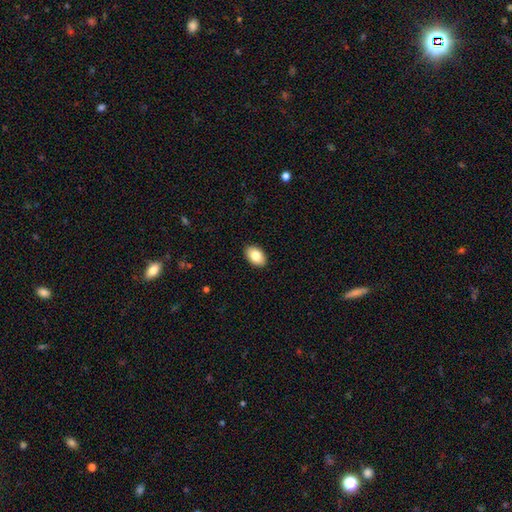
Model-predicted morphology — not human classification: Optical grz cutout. It shows a smooth galaxy with no disk features (84%) that is in between round and cigar-shaped (90%). Merging: none (90%).